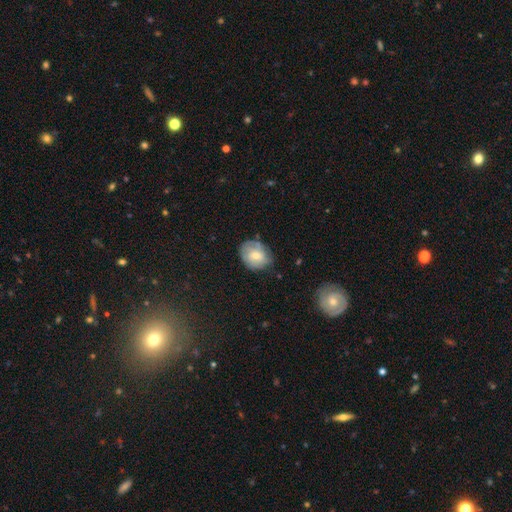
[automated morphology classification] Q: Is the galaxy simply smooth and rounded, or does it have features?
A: smooth — 56%.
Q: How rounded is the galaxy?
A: round — 54%.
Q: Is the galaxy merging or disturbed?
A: none — 64%.